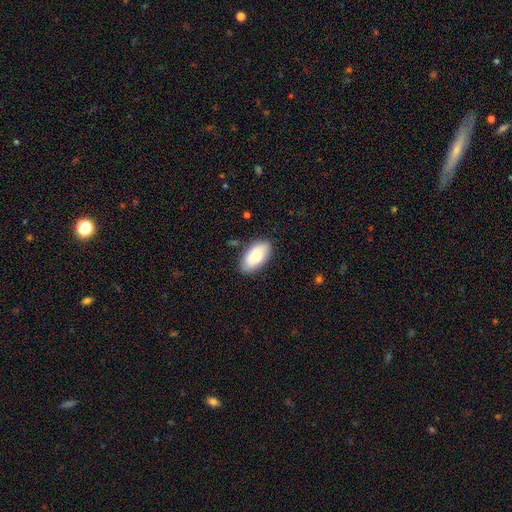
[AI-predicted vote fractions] Smooth or featured? smooth (81%)
How rounded? in between (95%)
Merging? none (83%)